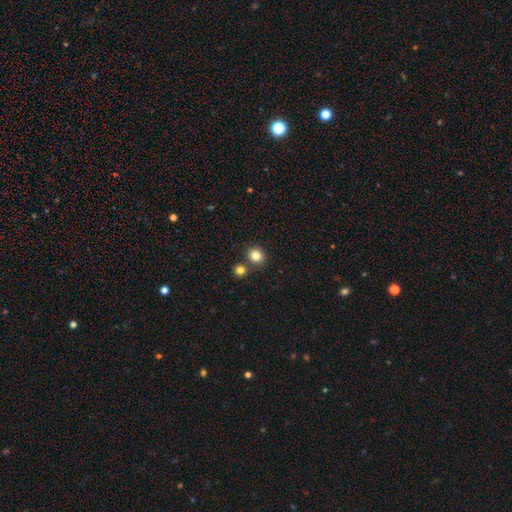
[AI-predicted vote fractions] Q: Smooth or featured?
A: smooth (83%); runner-up: star or artifact (12%)
Q: How rounded?
A: round (84%); runner-up: in between (15%)
Q: Merging?
A: none (77%); runner-up: merger (14%)